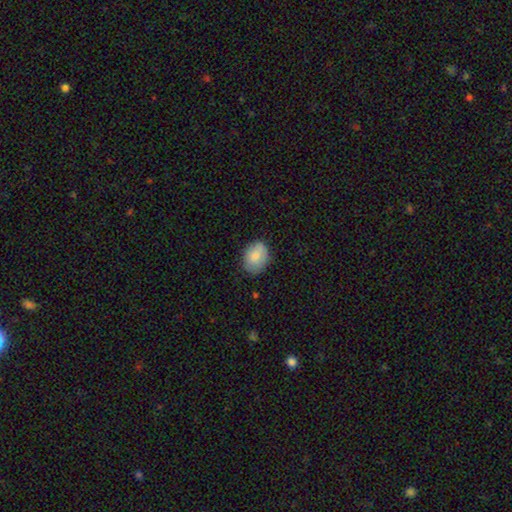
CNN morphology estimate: This is clearly a smooth galaxy (83%). How rounded: likely in between (64%). Merging: likely none (77%).